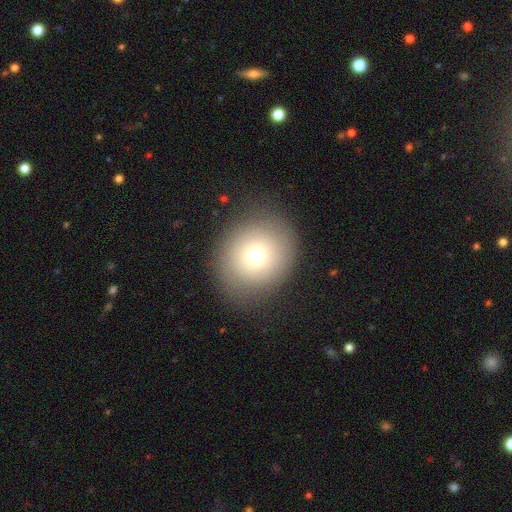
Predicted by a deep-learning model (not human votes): This appears to be a smooth galaxy with no disk features (71%) that is round (79%). Merging: none (82%).